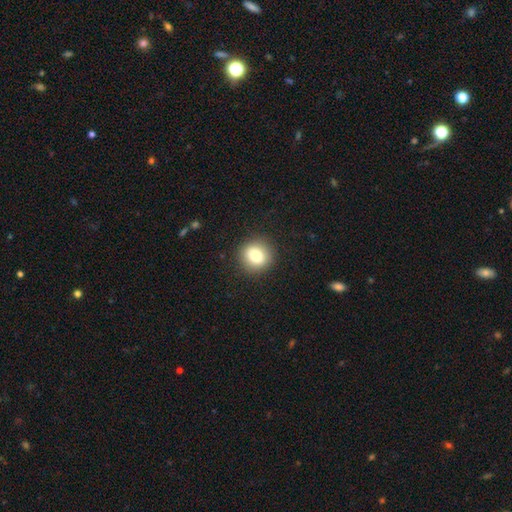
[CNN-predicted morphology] smooth_or_featured: smooth (p=0.84) [alt: star or artifact p=0.10]
how_rounded: round (p=0.84) [alt: in between p=0.15]
merging: none (p=0.89) [alt: minor disturbance p=0.08]